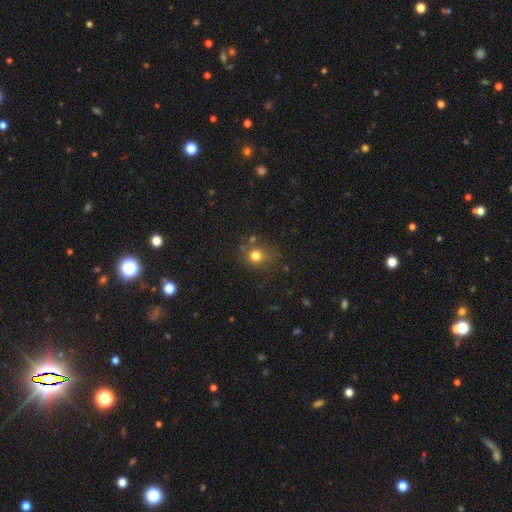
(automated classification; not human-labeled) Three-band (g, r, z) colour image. It shows a smooth galaxy with no disk features (78%) that is round (84%). Merging: none (75%).